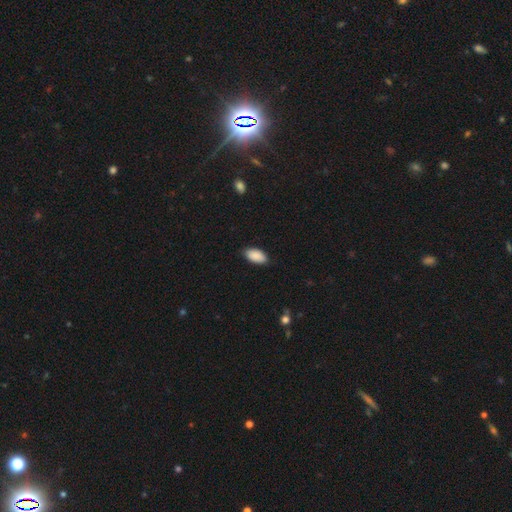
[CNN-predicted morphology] type=smooth (90%); roundness=in between (95%); merging=none (85%).